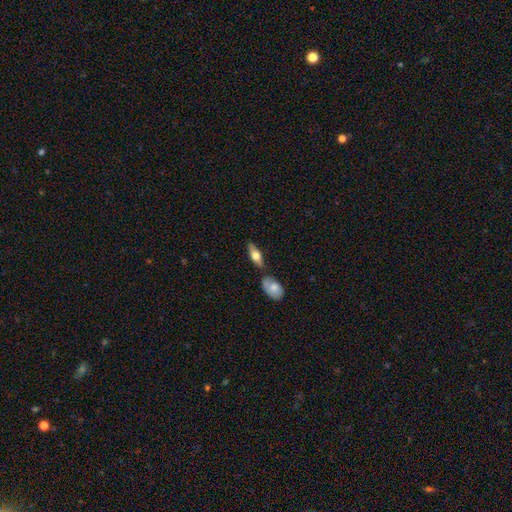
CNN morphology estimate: Smooth or featured? Predicted: smooth (p=0.52). How rounded? Predicted: in between (p=0.63). Merging? Predicted: none (p=0.69).